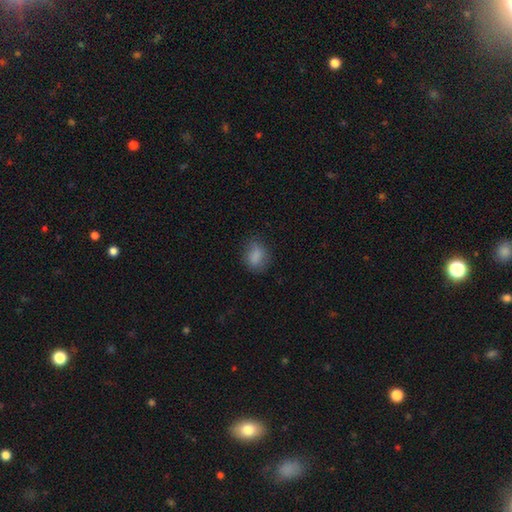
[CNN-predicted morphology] The model was most divided on "how rounded": in between: 57%, round: 41%, cigar-shaped: 2%. More confident: smooth or featured — smooth (84%); merging — none (70%).